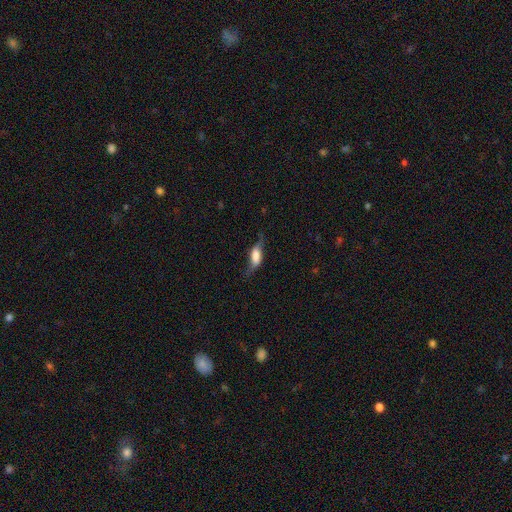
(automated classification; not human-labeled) The model was most divided on "smooth or featured": smooth: 50%, featured or disk: 41%, star or artifact: 9%. Remaining: how rounded — in between (66%); merging — none (50%).